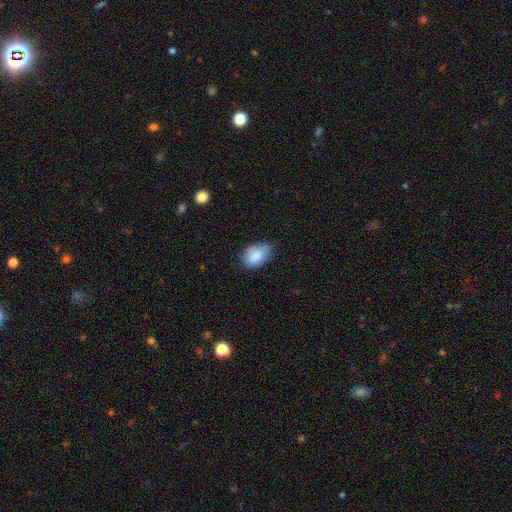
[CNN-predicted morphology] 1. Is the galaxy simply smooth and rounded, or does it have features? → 86% smooth, 7% featured or disk, 7% star or artifact.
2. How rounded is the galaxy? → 86% in between, 13% round, 1% cigar-shaped.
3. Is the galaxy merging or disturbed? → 63% none, 31% minor disturbance, 5% major disturbance, 1% merger.